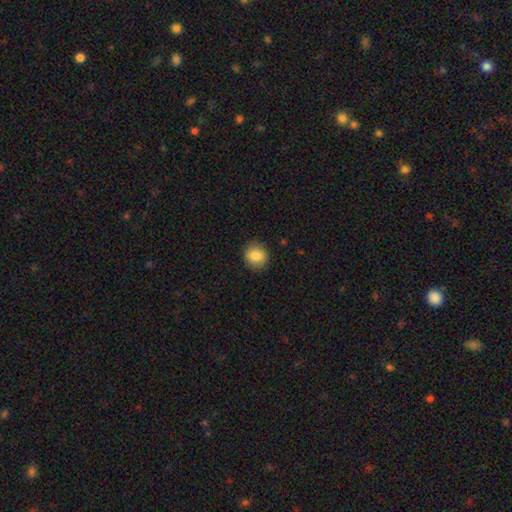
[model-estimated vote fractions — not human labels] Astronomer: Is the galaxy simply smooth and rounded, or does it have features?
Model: smooth — 84%.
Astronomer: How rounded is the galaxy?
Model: round — 79%.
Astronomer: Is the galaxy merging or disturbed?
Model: none — 87%.